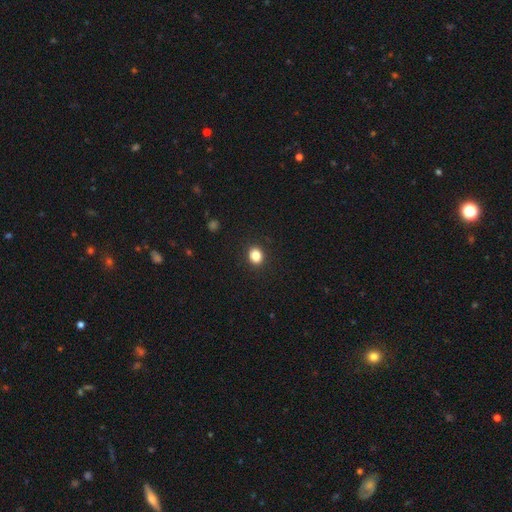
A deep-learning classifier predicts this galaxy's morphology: smooth-or-featured: smooth: 84% | star or artifact: 11% | featured or disk: 5%
  how-rounded: round: 63% | in between: 36% | cigar-shaped: 1%
  merging: none: 91% | minor disturbance: 6% | major disturbance: 2% | merger: 1%